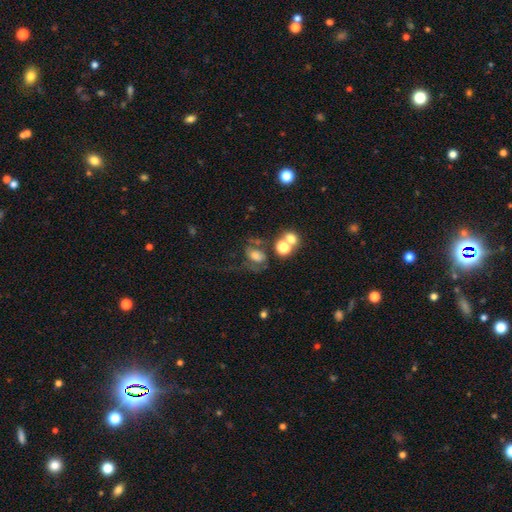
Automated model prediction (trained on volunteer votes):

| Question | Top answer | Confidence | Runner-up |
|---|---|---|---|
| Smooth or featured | smooth | 49% | featured or disk (35%) |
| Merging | major disturbance | 32% | none (30%) |